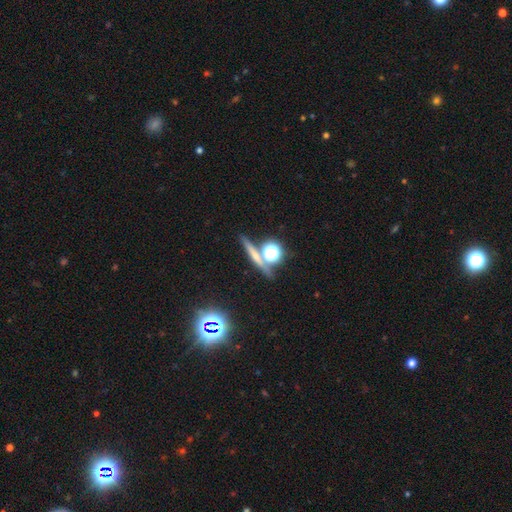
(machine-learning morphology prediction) smooth_or_featured: smooth (p=0.45) [alt: featured or disk p=0.31]
merging: none (p=0.74) [alt: merger p=0.13]